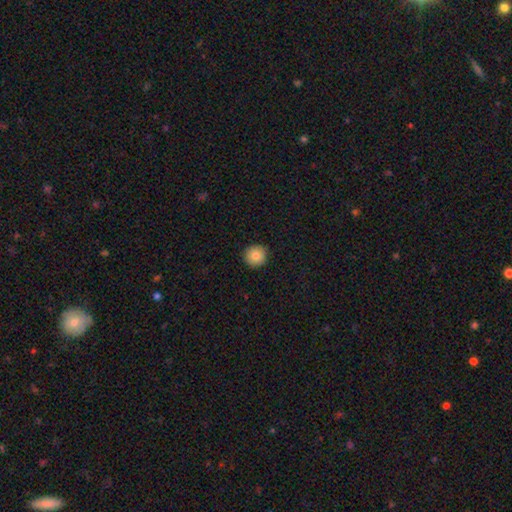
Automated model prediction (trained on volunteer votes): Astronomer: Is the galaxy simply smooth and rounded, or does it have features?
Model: smooth — 84%.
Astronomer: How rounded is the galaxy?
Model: round — 95%.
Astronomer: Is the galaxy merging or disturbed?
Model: none — 91%.